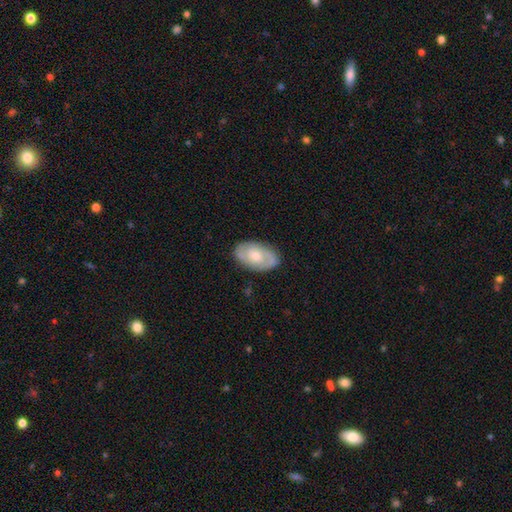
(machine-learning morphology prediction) Smooth or featured: featured or disk — 66% (smooth — 29%)
Edge-on disk: no — 95% (yes — 5%)
Bar: no — 61% (weak — 34%)
Spiral arms: yes — 84% (no — 16%)
Spiral winding: tight — 47% (medium — 41%)
Spiral arm count: 2 — 78% (can't tell — 14%)
Bulge size: moderate — 51% (small — 26%)
Merging: none — 84% (minor disturbance — 12%)